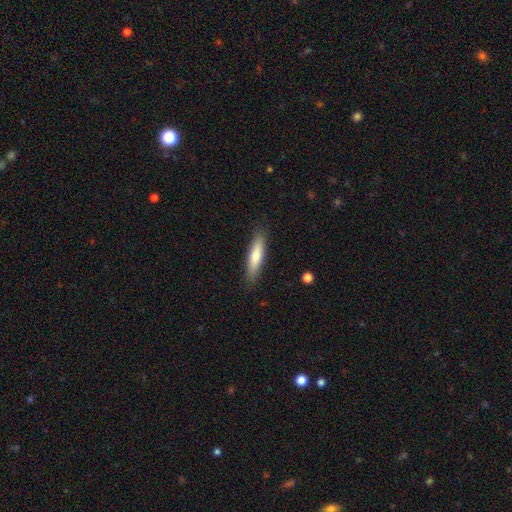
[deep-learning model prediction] smooth_or_featured: smooth (p=0.70) [alt: featured or disk p=0.24]
how_rounded: cigar-shaped (p=0.79) [alt: in between p=0.20]
merging: none (p=0.88) [alt: minor disturbance p=0.09]